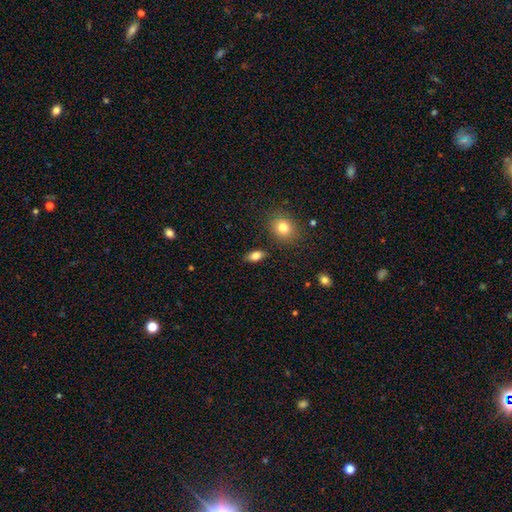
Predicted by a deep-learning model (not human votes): Smooth or featured: smooth — 82% (featured or disk — 10%)
How rounded: in between — 86% (round — 8%)
Merging: none — 86% (minor disturbance — 9%)